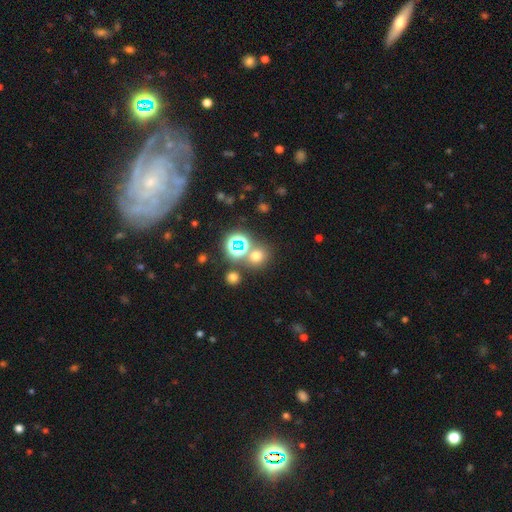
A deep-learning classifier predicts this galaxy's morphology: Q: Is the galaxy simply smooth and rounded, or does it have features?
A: smooth — 61%.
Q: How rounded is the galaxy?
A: round — 82%.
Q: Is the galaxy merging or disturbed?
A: none — 72%.